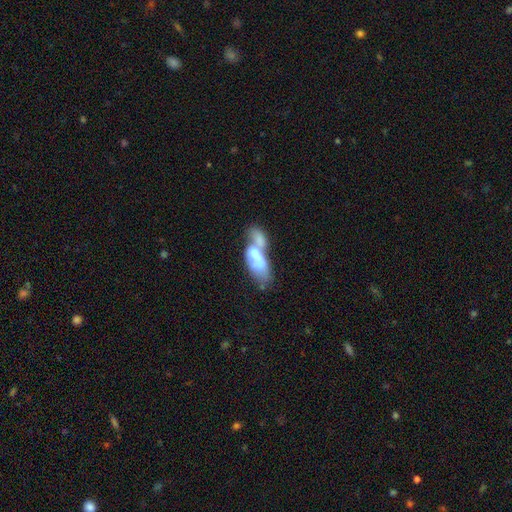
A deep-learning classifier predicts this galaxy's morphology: smooth-or-featured: smooth: 59% | featured or disk: 34% | star or artifact: 7%
  how-rounded: in between: 76% | cigar-shaped: 20% | round: 4%
  merging: merger: 69% | none: 12% | major disturbance: 11% | minor disturbance: 8%